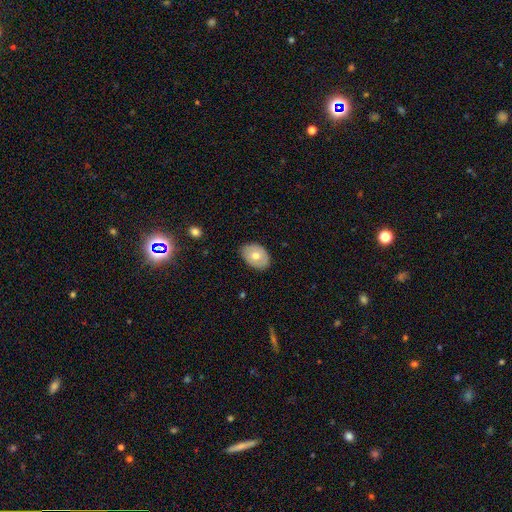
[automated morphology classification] Smooth or featured?
  - smooth: 64% *
  - featured or disk: 29%
  - star or artifact: 7%
How rounded?
  - in between: 80% *
  - round: 19%
  - cigar-shaped: 1%
Merging?
  - none: 81% *
  - minor disturbance: 16%
  - major disturbance: 3%
  - merger: 1%